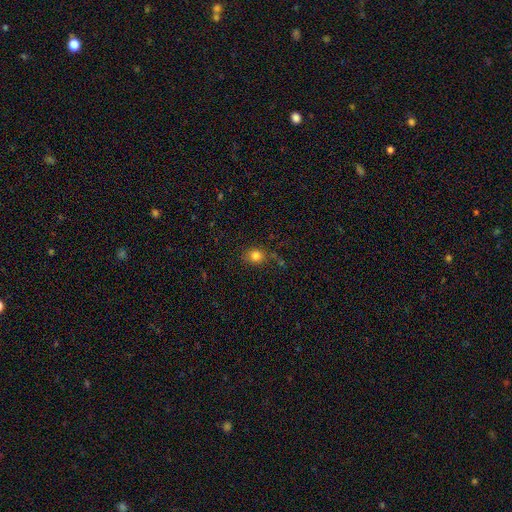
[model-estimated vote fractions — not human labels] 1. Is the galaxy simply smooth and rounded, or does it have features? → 81% smooth, 13% star or artifact, 6% featured or disk.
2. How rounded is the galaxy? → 69% round, 30% in between, 1% cigar-shaped.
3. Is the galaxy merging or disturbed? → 77% none, 15% minor disturbance, 4% major disturbance, 4% merger.